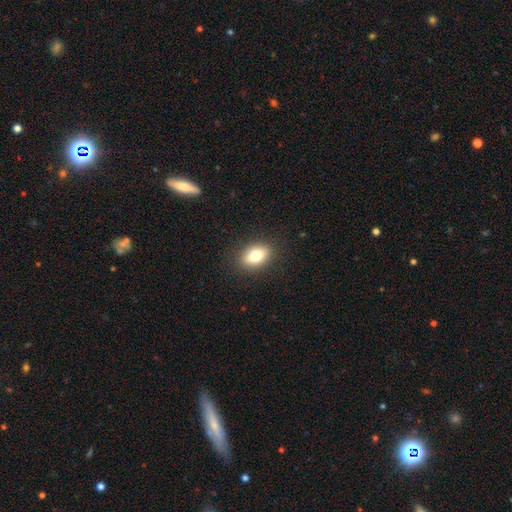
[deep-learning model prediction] smooth-or-featured: smooth: 76% | featured or disk: 15% | star or artifact: 9%
  how-rounded: in between: 80% | round: 18% | cigar-shaped: 2%
  merging: none: 88% | minor disturbance: 8% | major disturbance: 3% | merger: 1%